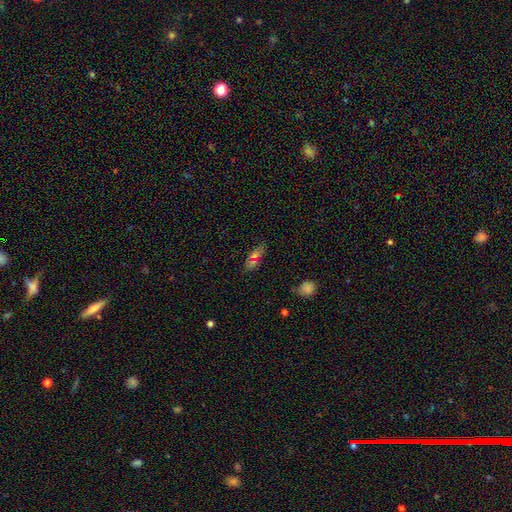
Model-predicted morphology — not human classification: This appears to be a smooth galaxy with no disk features (50%). Merging: none (73%).